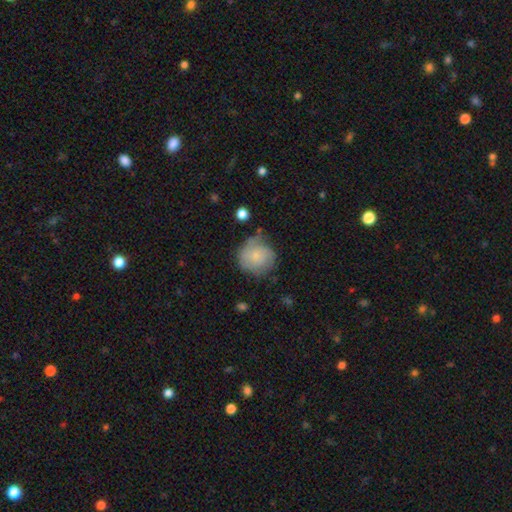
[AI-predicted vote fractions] A smooth galaxy with no disk features (55%) that is round (85%). Merging: none (56%).